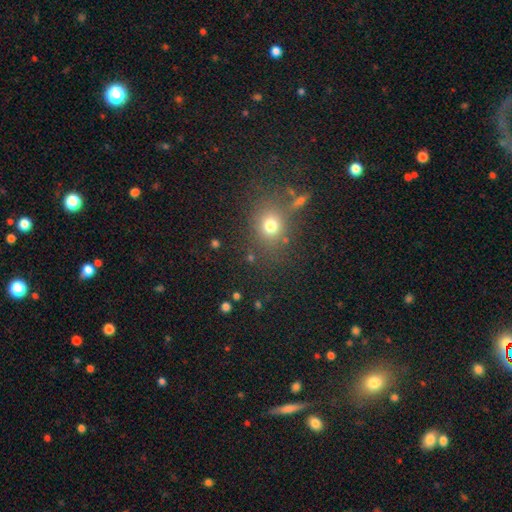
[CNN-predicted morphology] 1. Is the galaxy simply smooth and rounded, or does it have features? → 62% smooth, 29% star or artifact, 9% featured or disk.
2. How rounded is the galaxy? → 72% round, 26% in between, 1% cigar-shaped.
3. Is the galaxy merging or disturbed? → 79% none, 10% minor disturbance, 7% merger, 4% major disturbance.